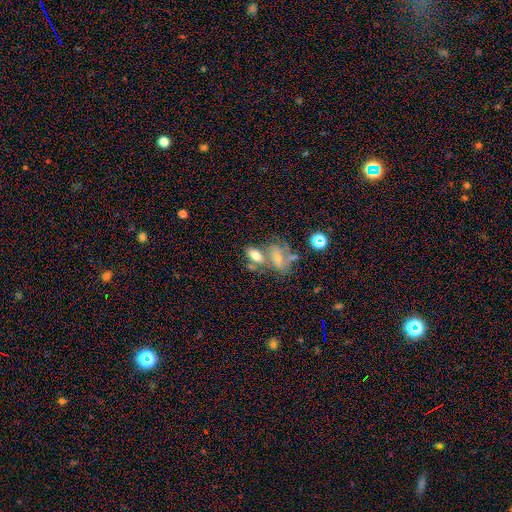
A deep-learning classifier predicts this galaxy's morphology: A smooth galaxy with no disk features (64%) that is in between round and cigar-shaped (87%).

Vote fractions:
- Smooth or featured? smooth: 64% / featured or disk: 25% / star or artifact: 12%
- How rounded? in between: 87% / round: 8% / cigar-shaped: 5%
- Merging? merger: 43% / none: 37% / minor disturbance: 13% / major disturbance: 7%